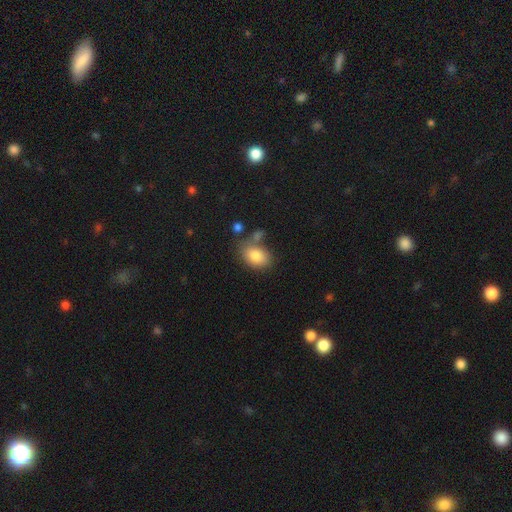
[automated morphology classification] type=smooth (82%); roundness=in between (82%); merging=none (62%).